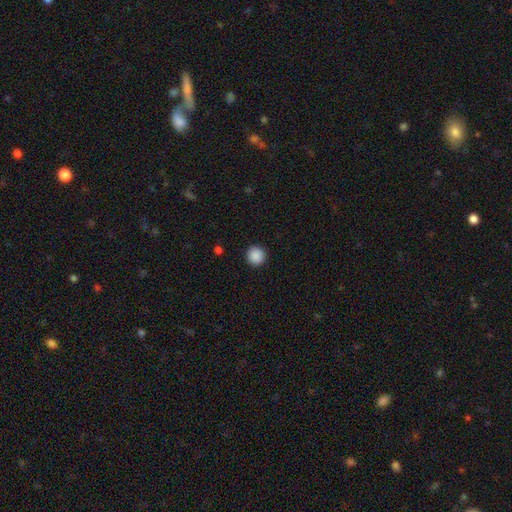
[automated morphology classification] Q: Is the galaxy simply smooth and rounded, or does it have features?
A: smooth — 89%.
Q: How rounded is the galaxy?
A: round — 96%.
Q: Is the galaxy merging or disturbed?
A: none — 93%.